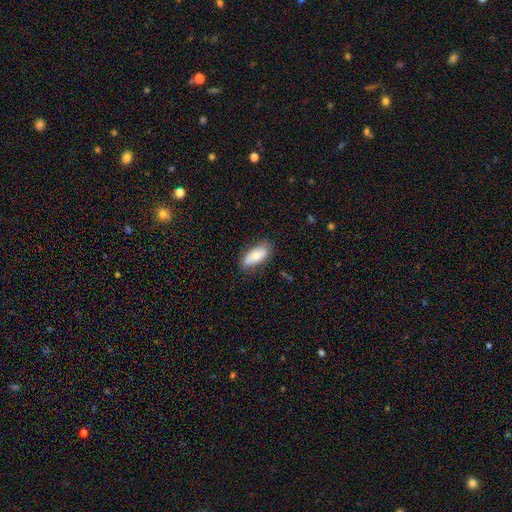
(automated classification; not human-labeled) A smooth galaxy with no disk features (74%) that is in between round and cigar-shaped (88%).

Vote fractions:
- Smooth or featured? smooth: 74% / featured or disk: 20% / star or artifact: 6%
- How rounded? in between: 88% / cigar-shaped: 10% / round: 3%
- Merging? none: 76% / minor disturbance: 19% / major disturbance: 4% / merger: 1%